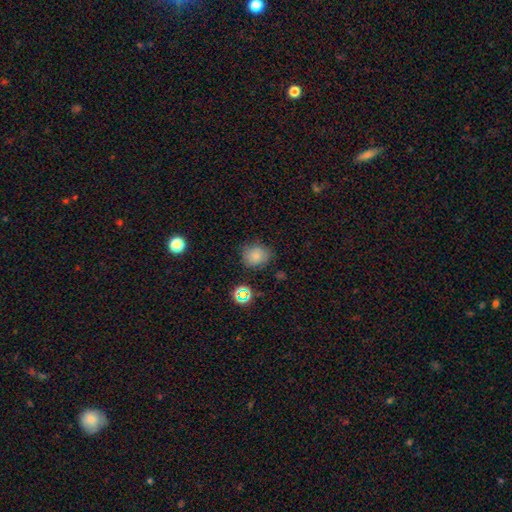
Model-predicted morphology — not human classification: A smooth galaxy with no disk features (76%) that is round (74%). Merging: none (75%).